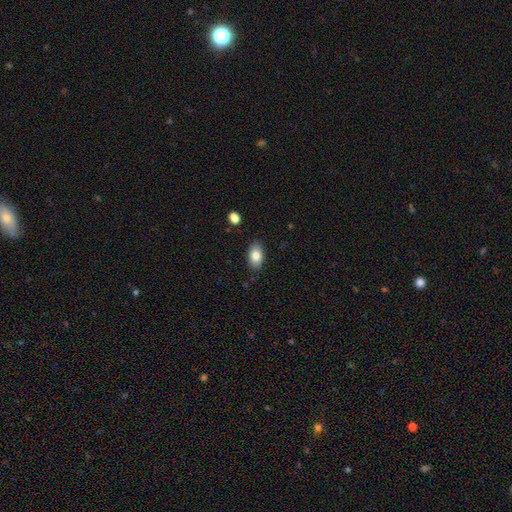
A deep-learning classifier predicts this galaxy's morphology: Q: Smooth or featured?
A: smooth (83%); runner-up: featured or disk (10%)
Q: How rounded?
A: in between (92%); runner-up: round (7%)
Q: Merging?
A: none (86%); runner-up: minor disturbance (10%)